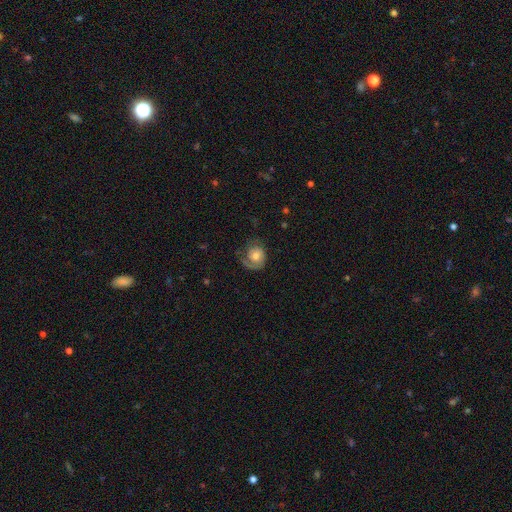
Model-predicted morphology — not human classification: featured or disk 62%, smooth 30%, star or artifact 7%. Down the decision tree: edge-on disk — no (97%); bar — no (75%); spiral arms — yes (88%); spiral arm count — 1 (69%); spiral winding — tight (47%); bulge size — moderate (61%); merging — none (56%).